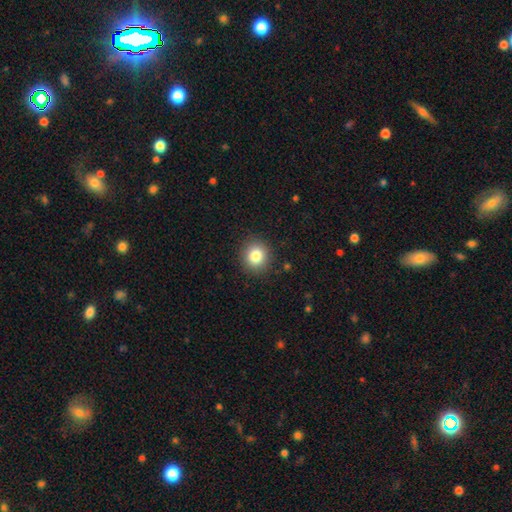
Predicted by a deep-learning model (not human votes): Morphology: type=smooth (82%); roundness=round (85%); merging=none (90%).